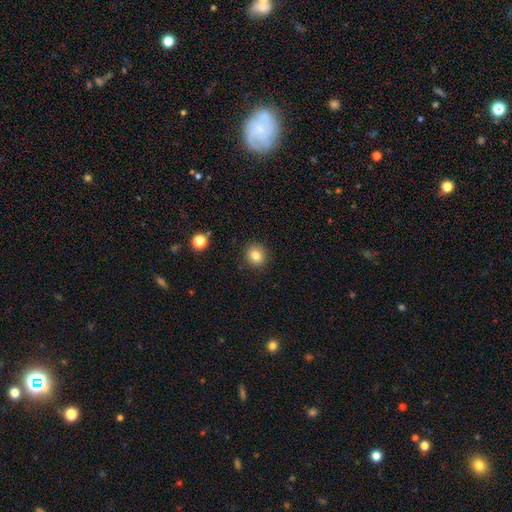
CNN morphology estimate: smooth_or_featured: smooth (p=0.82) [alt: star or artifact p=0.11]
how_rounded: round (p=0.88) [alt: in between p=0.11]
merging: none (p=0.90) [alt: minor disturbance p=0.07]